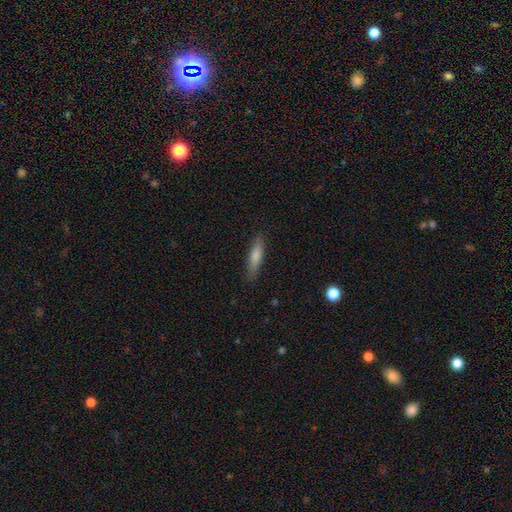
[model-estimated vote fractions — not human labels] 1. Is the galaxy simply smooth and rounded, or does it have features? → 75% smooth, 19% featured or disk, 6% star or artifact.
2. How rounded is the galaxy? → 75% cigar-shaped, 23% in between, 2% round.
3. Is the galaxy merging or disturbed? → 86% none, 11% minor disturbance, 2% major disturbance, 1% merger.